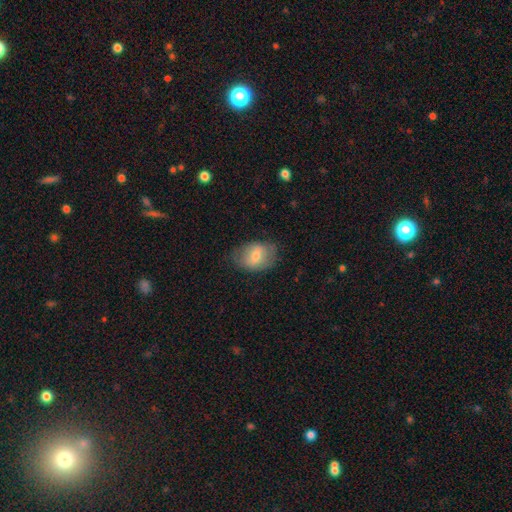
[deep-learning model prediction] smooth-or-featured: smooth: 66% | featured or disk: 27% | star or artifact: 7%
  how-rounded: in between: 76% | round: 23% | cigar-shaped: 1%
  merging: none: 71% | minor disturbance: 21% | major disturbance: 7% | merger: 1%